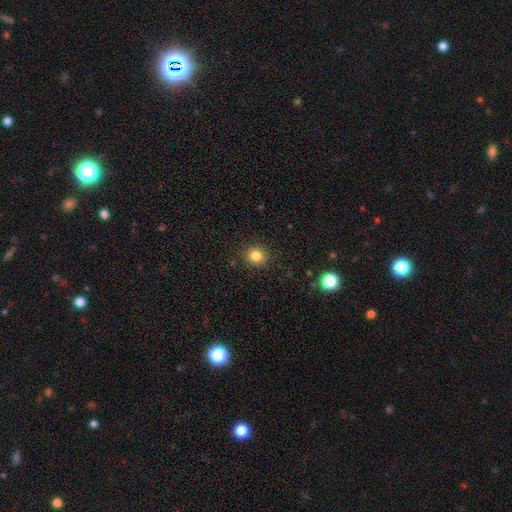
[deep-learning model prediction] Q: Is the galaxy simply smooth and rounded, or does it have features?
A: smooth — 83%.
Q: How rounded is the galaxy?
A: round — 86%.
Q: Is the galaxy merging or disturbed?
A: none — 90%.